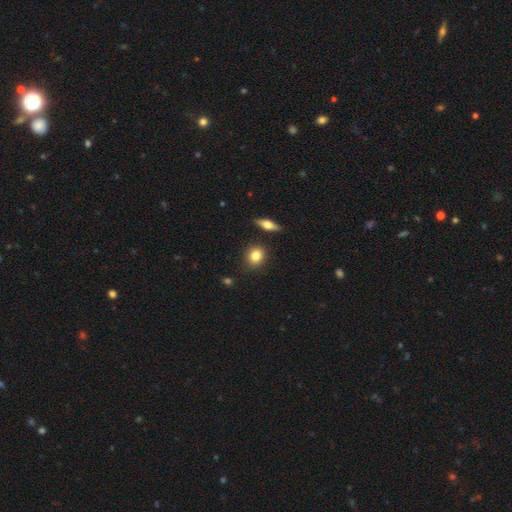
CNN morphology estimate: smooth 82%, star or artifact 9%, featured or disk 9%. Down the decision tree: how rounded — round (71%); merging — none (85%).